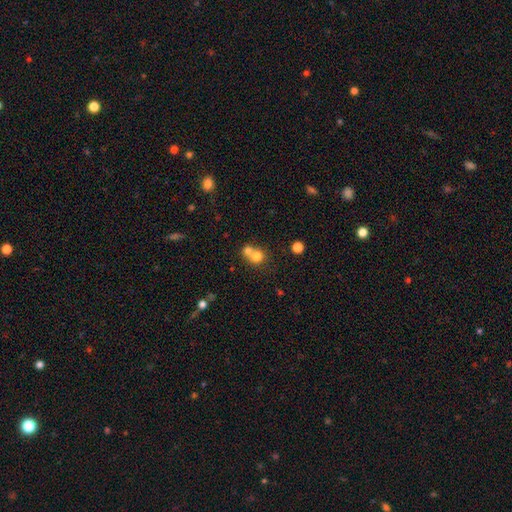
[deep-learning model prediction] Overall: smooth (74%). How rounded: round (81%). Merging: merger (58%; none 34%).